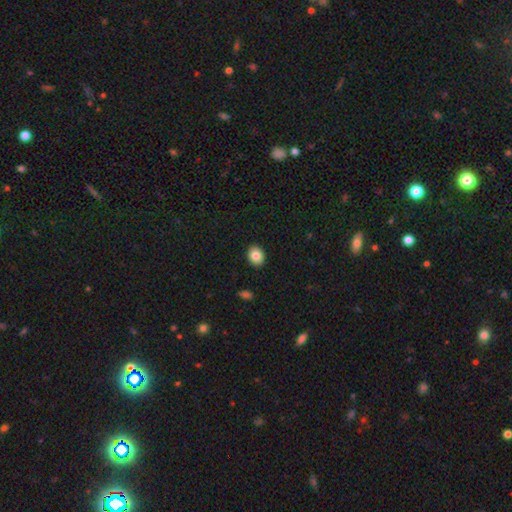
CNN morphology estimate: smooth_or_featured: smooth (p=0.85) [alt: star or artifact p=0.08]
how_rounded: in between (p=0.54) [alt: round p=0.45]
merging: none (p=0.91) [alt: minor disturbance p=0.06]